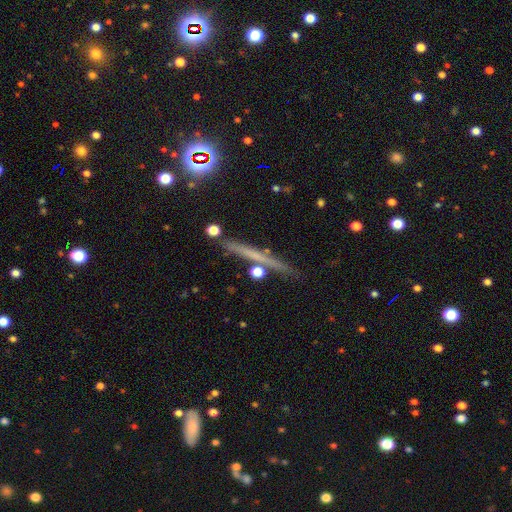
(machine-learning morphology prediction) Smooth or featured? Predicted: featured or disk (p=0.52). Edge-on disk? Predicted: yes (p=0.95). Merging? Predicted: none (p=0.86).